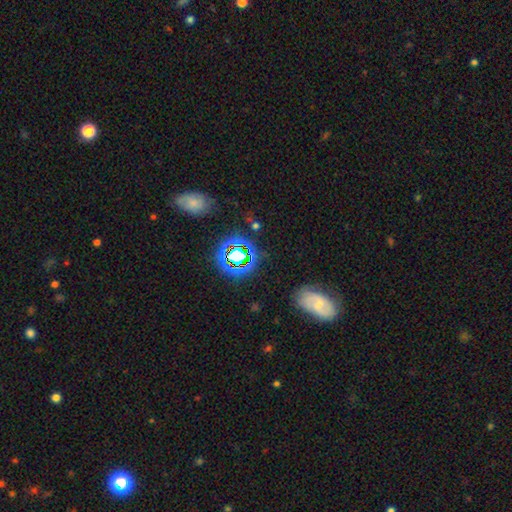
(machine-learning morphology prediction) smooth-or-featured: star or artifact: 61% | smooth: 22% | featured or disk: 17%